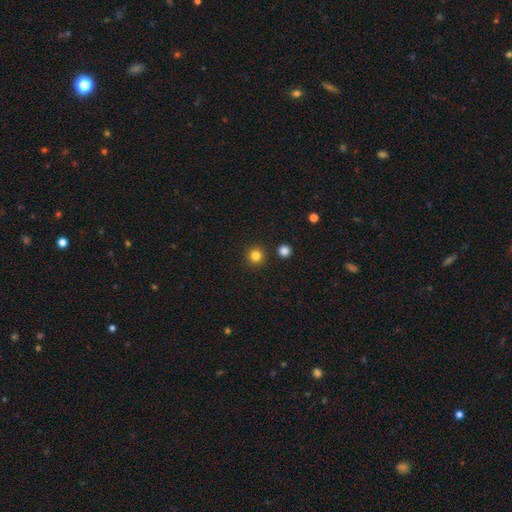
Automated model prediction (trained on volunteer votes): The model was most divided on "smooth or featured": smooth: 83%, star or artifact: 13%, featured or disk: 4%. More confident: how rounded — round (95%); merging — none (92%).